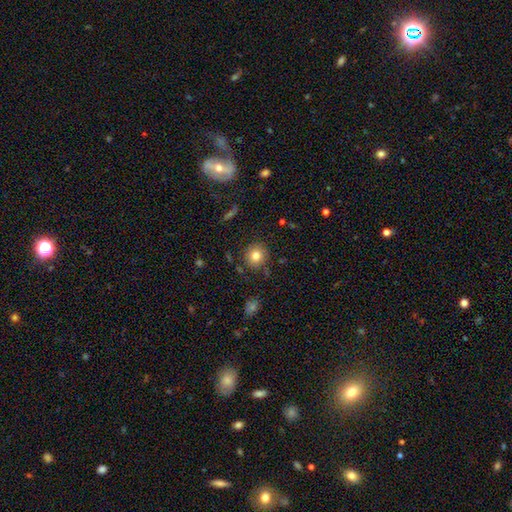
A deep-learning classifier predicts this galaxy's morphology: A smooth galaxy with no disk features (80%) that is round (90%).

Vote fractions:
- Smooth or featured? smooth: 80% / star or artifact: 11% / featured or disk: 9%
- How rounded? round: 90% / in between: 9% / cigar-shaped: 1%
- Merging? none: 85% / minor disturbance: 9% / major disturbance: 3% / merger: 2%